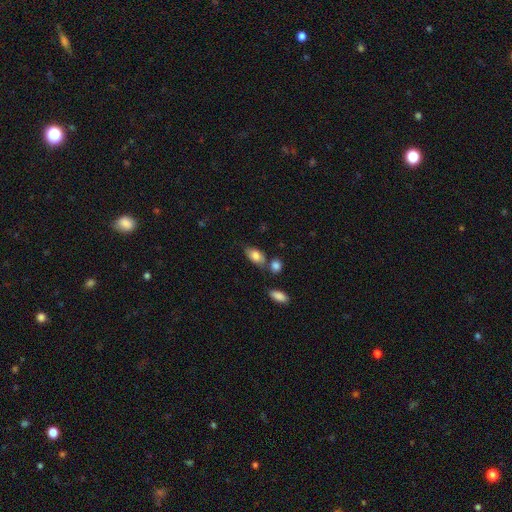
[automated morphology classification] Smooth or featured?
  - smooth: 81% *
  - featured or disk: 12%
  - star or artifact: 7%
How rounded?
  - in between: 90% *
  - round: 7%
  - cigar-shaped: 3%
Merging?
  - none: 60% *
  - minor disturbance: 18%
  - merger: 17%
  - major disturbance: 5%